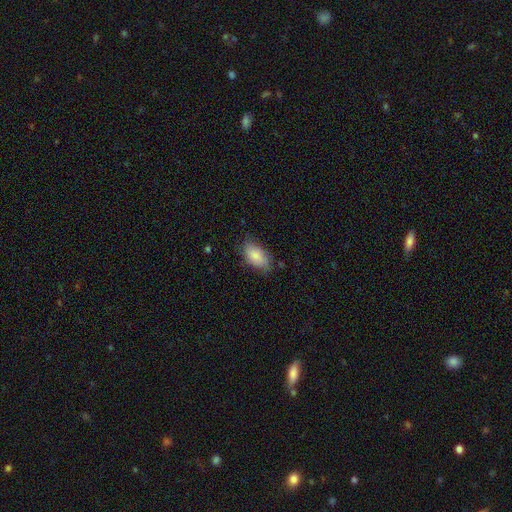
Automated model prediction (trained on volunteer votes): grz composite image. It shows a smooth galaxy with no disk features (79%) that is in between round and cigar-shaped (93%). Merging: none (69%).